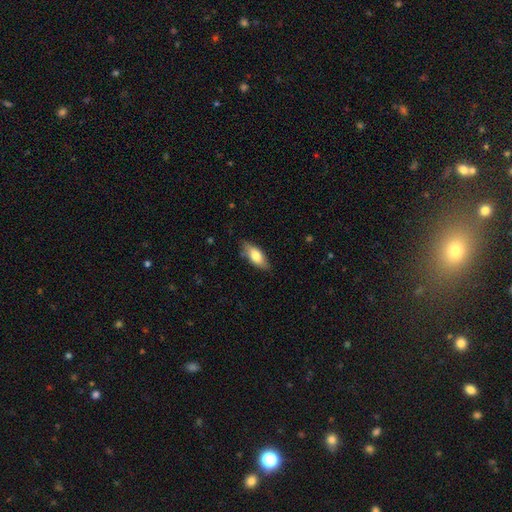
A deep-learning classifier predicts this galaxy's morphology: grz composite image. It shows a smooth galaxy with no disk features (76%) that is in between round and cigar-shaped (79%). Merging: none (78%).